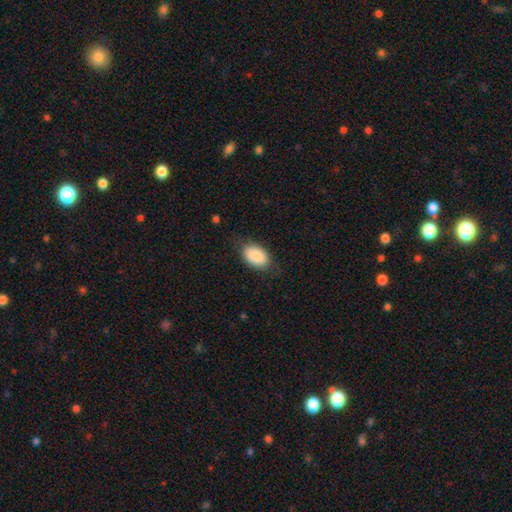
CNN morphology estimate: Smooth or featured: smooth — 88% (star or artifact — 6%)
How rounded: in between — 90% (round — 8%)
Merging: none — 75% (minor disturbance — 18%)